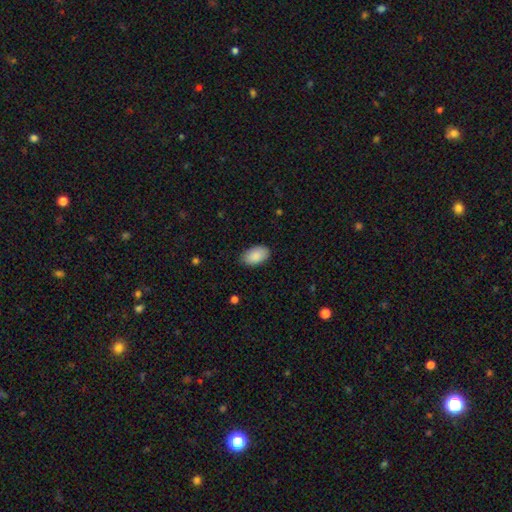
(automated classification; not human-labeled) This appears to be a smooth galaxy with no disk features (89%) that is in between round and cigar-shaped (94%). Merging: none (86%).